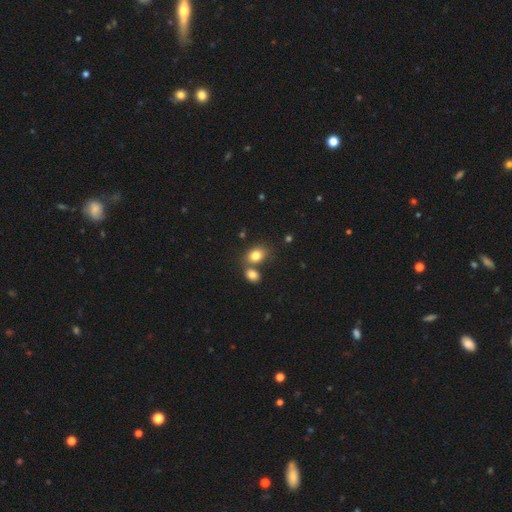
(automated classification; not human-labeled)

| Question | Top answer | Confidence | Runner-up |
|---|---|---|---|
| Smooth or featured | smooth | 81% | star or artifact (10%) |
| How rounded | in between | 69% | round (30%) |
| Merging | none | 52% | merger (34%) |